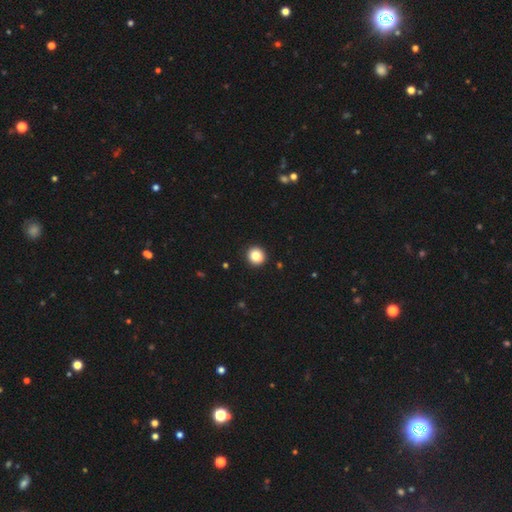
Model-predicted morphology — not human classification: Q: Smooth or featured?
A: smooth (85%); runner-up: star or artifact (10%)
Q: How rounded?
A: round (94%); runner-up: in between (5%)
Q: Merging?
A: none (93%); runner-up: minor disturbance (4%)